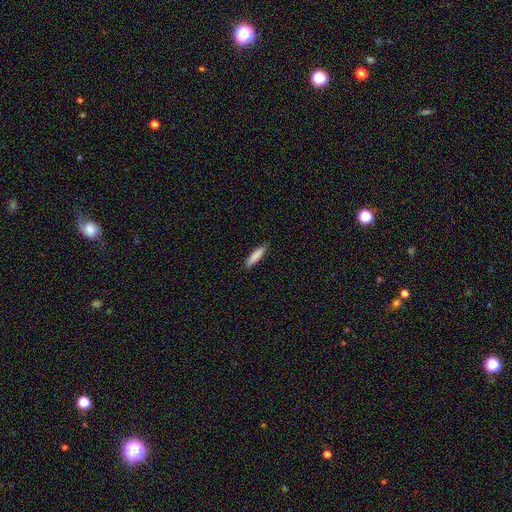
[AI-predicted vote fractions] smooth 86%, featured or disk 8%, star or artifact 6%. Down the decision tree: how rounded — cigar-shaped (78%); merging — none (87%).